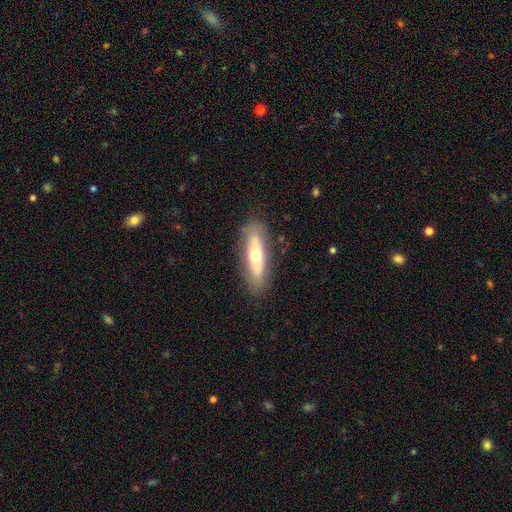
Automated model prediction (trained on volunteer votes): Morphology: type=featured or disk (49%); merging=none (81%).